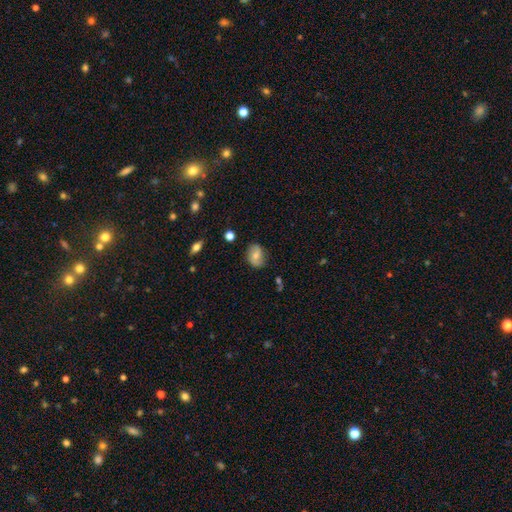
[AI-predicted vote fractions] Smooth or featured: smooth — 55% (featured or disk — 36%)
How rounded: in between — 67% (round — 31%)
Merging: none — 74% (minor disturbance — 20%)